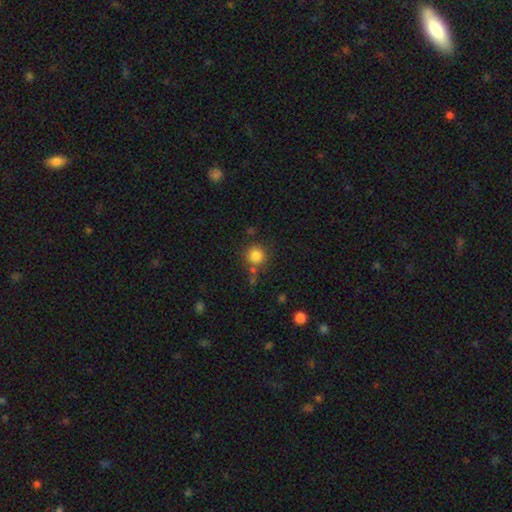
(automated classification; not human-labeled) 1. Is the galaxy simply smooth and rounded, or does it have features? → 83% smooth, 11% star or artifact, 6% featured or disk.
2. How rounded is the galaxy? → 93% round, 6% in between, 1% cigar-shaped.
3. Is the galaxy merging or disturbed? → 72% none, 12% minor disturbance, 11% merger, 5% major disturbance.